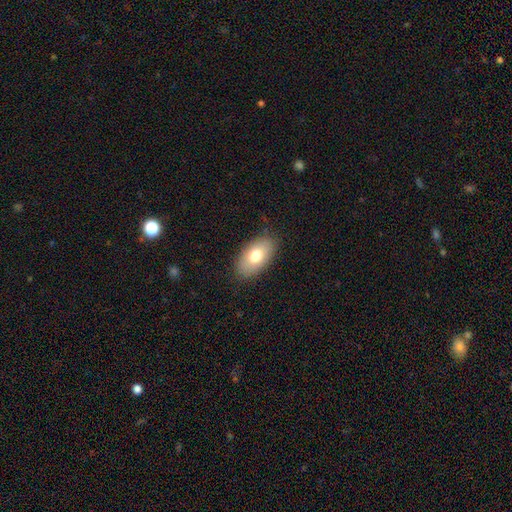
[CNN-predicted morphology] Smooth or featured? smooth (74%)
How rounded? in between (93%)
Merging? none (85%)